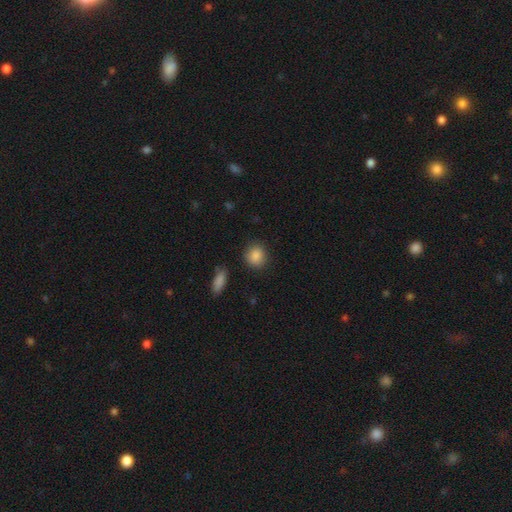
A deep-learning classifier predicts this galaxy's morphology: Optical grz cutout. It shows a smooth galaxy with no disk features (88%) that is round (77%). Merging: none (86%).